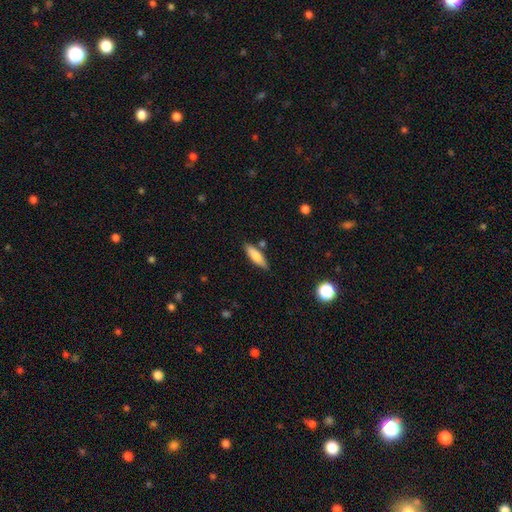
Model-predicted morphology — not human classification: A smooth galaxy with no disk features (76%) that is cigar-shaped (52%).

Vote fractions:
- Smooth or featured? smooth: 76% / featured or disk: 18% / star or artifact: 7%
- How rounded? cigar-shaped: 52% / in between: 46% / round: 2%
- Merging? none: 79% / minor disturbance: 13% / merger: 6% / major disturbance: 3%